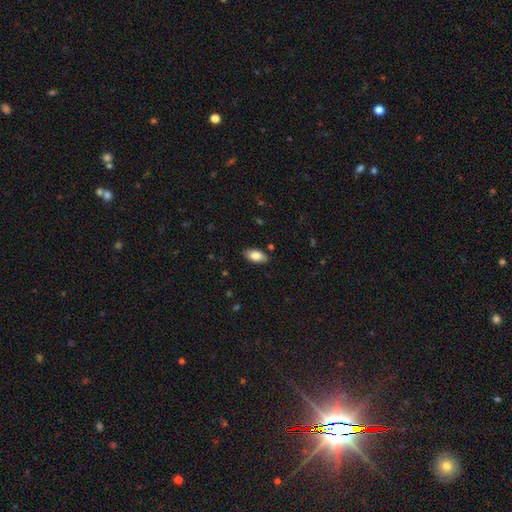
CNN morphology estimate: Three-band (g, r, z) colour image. It shows a smooth galaxy with no disk features (82%) that is in between round and cigar-shaped (91%). Merging: none (87%).